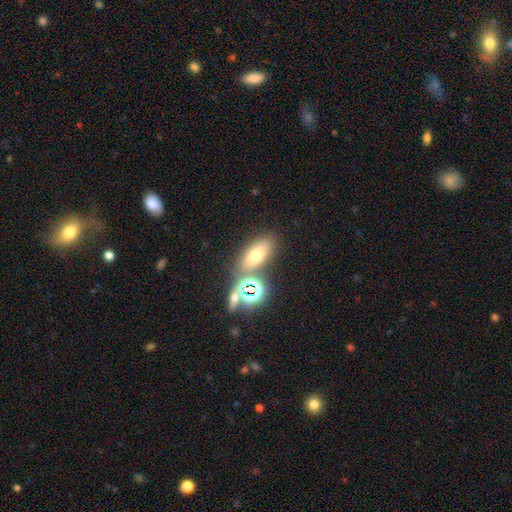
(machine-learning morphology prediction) A smooth galaxy with no disk features (57%) that is in between round and cigar-shaped (70%).

Vote fractions:
- Smooth or featured? smooth: 57% / star or artifact: 26% / featured or disk: 17%
- How rounded? in between: 70% / round: 17% / cigar-shaped: 13%
- Merging? none: 69% / merger: 16% / minor disturbance: 10% / major disturbance: 5%